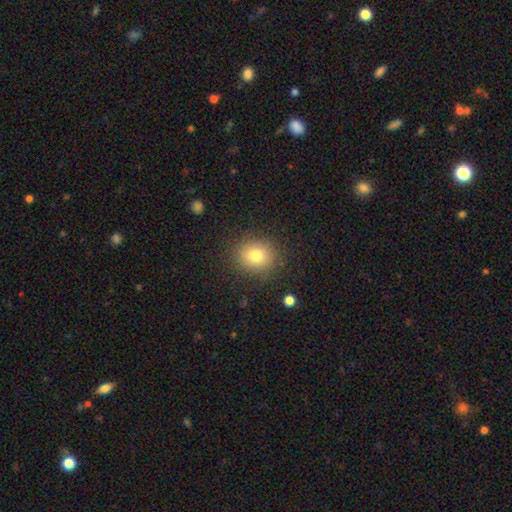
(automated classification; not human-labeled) The model was most divided on "how rounded": round: 77%, in between: 22%, cigar-shaped: 1%. More confident: merging — none (87%); smooth or featured — smooth (79%).